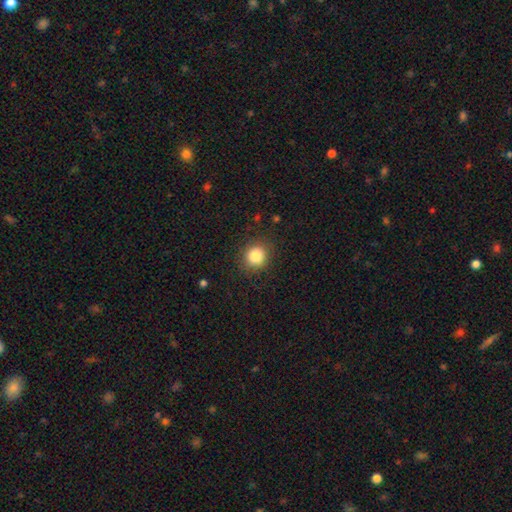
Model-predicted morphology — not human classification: A smooth galaxy with no disk features (85%) that is round (85%).

Vote fractions:
- Smooth or featured? smooth: 85% / star or artifact: 10% / featured or disk: 5%
- How rounded? round: 85% / in between: 14% / cigar-shaped: 1%
- Merging? none: 87% / minor disturbance: 9% / major disturbance: 3% / merger: 1%